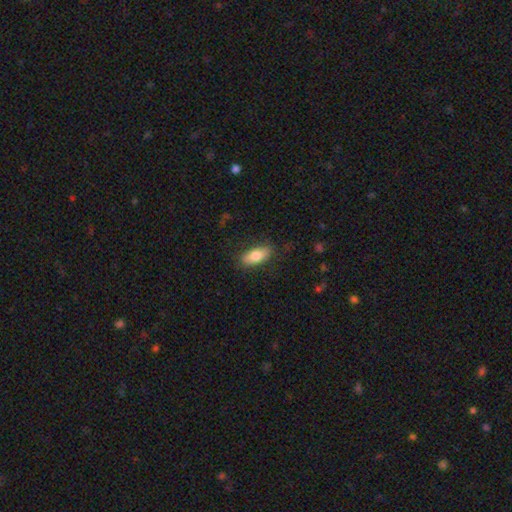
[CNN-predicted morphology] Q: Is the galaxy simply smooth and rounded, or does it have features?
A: smooth — 78%.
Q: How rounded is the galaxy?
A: in between — 83%.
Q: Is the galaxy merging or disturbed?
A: none — 83%.